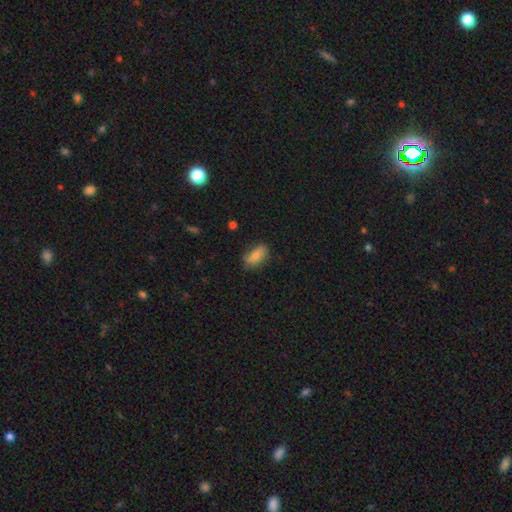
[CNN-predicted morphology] type=smooth (77%); roundness=in between (89%); merging=none (69%).